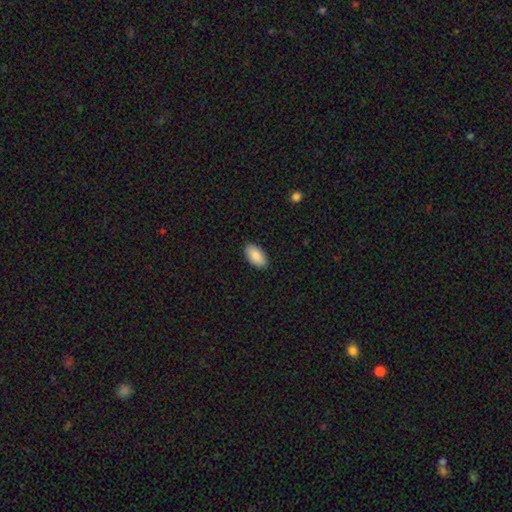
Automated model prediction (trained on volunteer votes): smooth 88%, star or artifact 6%, featured or disk 6%. Down the decision tree: how rounded — in between (95%); merging — none (89%).